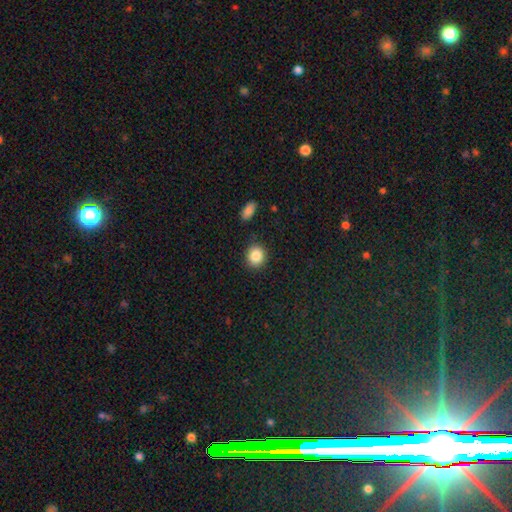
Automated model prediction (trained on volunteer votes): Overall: smooth (86%). How rounded: round (80%). Merging: none (88%).